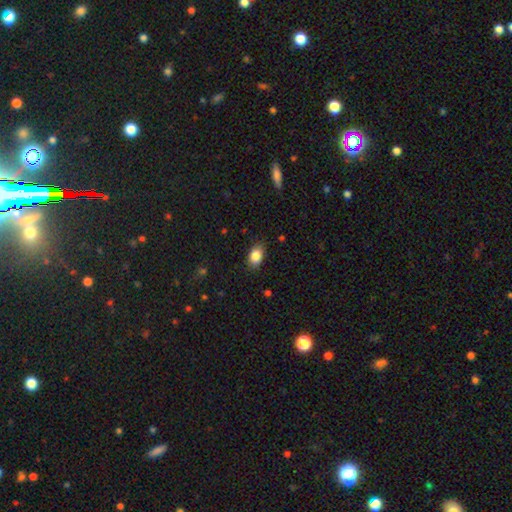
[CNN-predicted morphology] This appears to be a smooth galaxy with no disk features (86%) that is in between round and cigar-shaped (84%). Merging: none (82%).